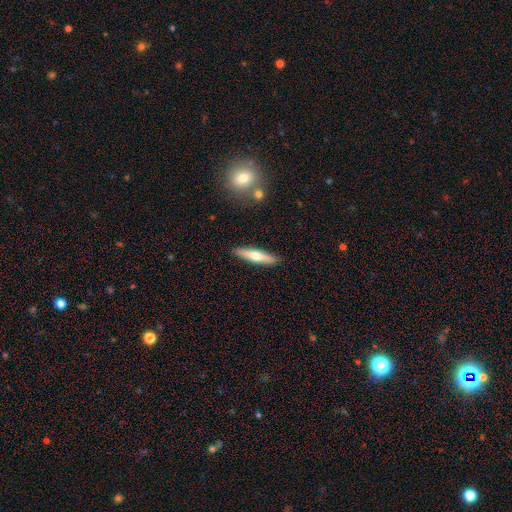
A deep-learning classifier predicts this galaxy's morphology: smooth-or-featured: smooth: 49% | featured or disk: 46% | star or artifact: 6%
  merging: none: 90% | minor disturbance: 7% | major disturbance: 2% | merger: 2%